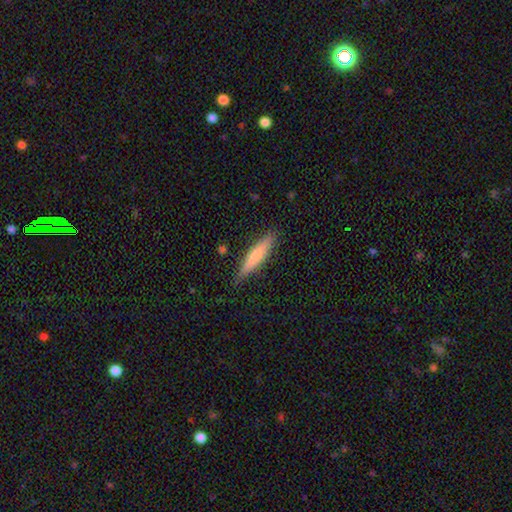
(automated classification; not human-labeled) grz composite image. It shows a smooth galaxy with no disk features (67%) that is cigar-shaped (86%). Merging: none (85%).